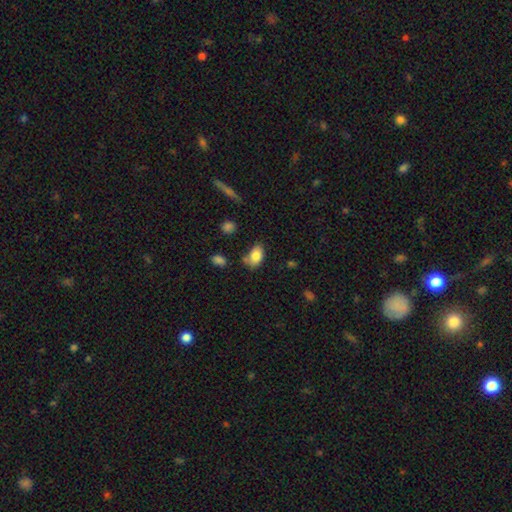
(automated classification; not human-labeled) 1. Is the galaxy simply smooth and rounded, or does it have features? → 83% smooth, 9% featured or disk, 8% star or artifact.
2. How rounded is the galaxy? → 88% in between, 10% round, 2% cigar-shaped.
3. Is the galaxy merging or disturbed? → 56% none, 28% minor disturbance, 9% merger, 8% major disturbance.